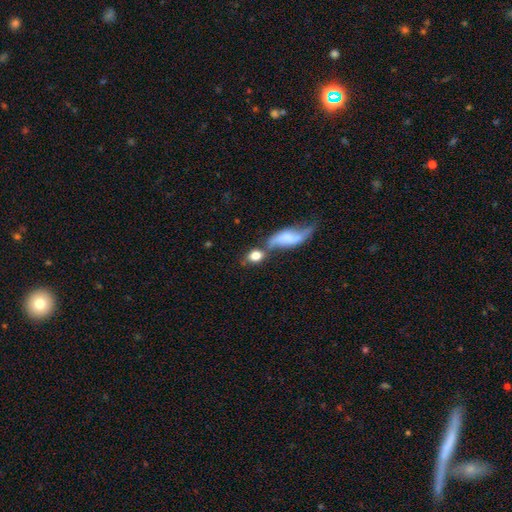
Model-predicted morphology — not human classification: smooth-or-featured: smooth: 72% | featured or disk: 19% | star or artifact: 8%
  how-rounded: in between: 53% | round: 41% | cigar-shaped: 5%
  merging: none: 46% | merger: 31% | minor disturbance: 14% | major disturbance: 9%